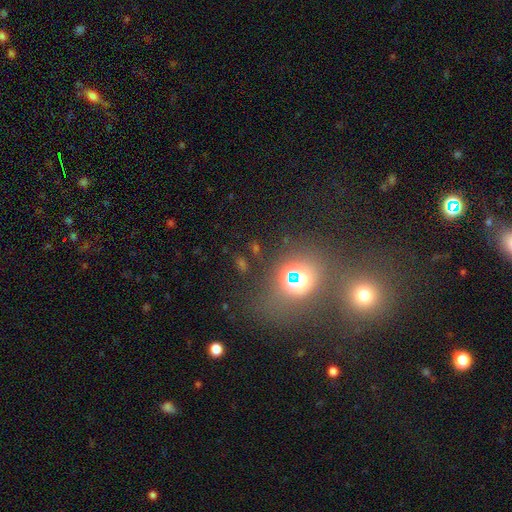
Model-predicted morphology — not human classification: Smooth or featured? smooth (46%)
Merging? none (54%)